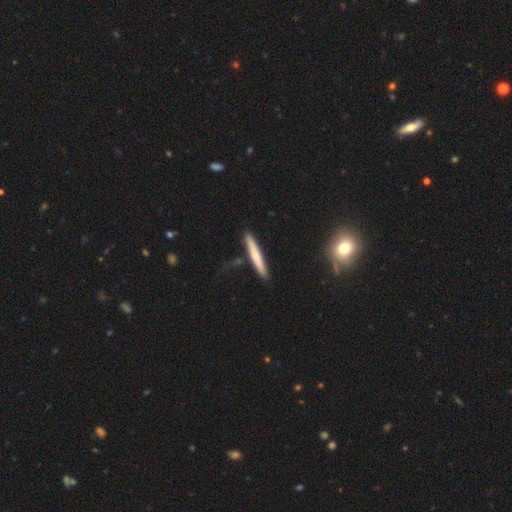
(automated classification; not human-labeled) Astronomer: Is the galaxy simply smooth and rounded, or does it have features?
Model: smooth — 59% (runner-up: featured or disk, 35%).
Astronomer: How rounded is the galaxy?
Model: cigar-shaped — 95%.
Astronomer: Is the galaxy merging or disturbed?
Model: none — 83%.